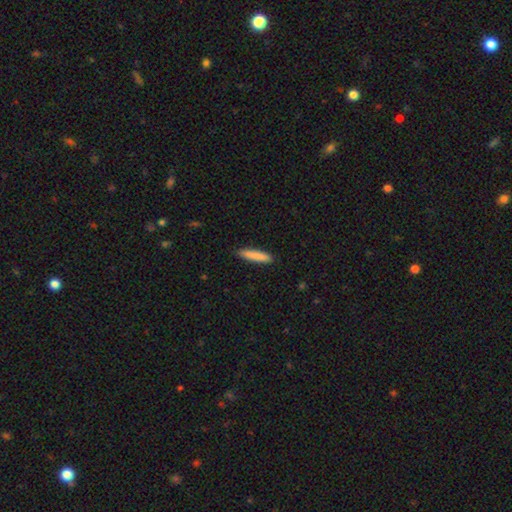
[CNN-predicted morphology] type=smooth (85%); roundness=cigar-shaped (88%); merging=none (90%).